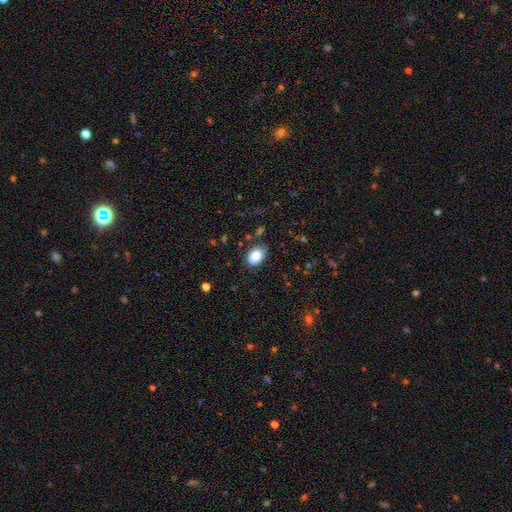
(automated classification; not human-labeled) Morphology: type=smooth (82%); roundness=in between (81%); merging=none (81%).